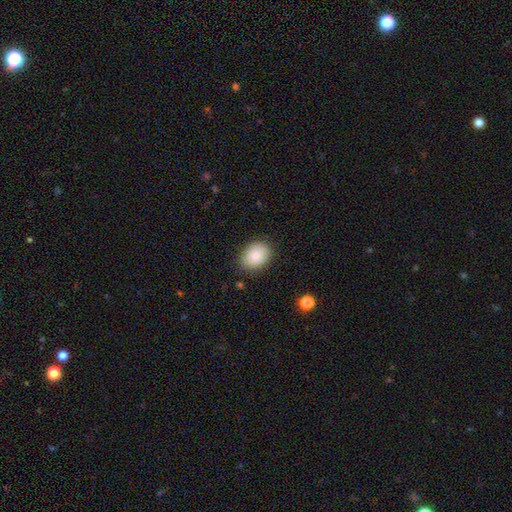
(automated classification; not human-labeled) smooth_or_featured: smooth (p=0.84) [alt: featured or disk p=0.08]
how_rounded: in between (p=0.58) [alt: round p=0.41]
merging: none (p=0.85) [alt: minor disturbance p=0.11]